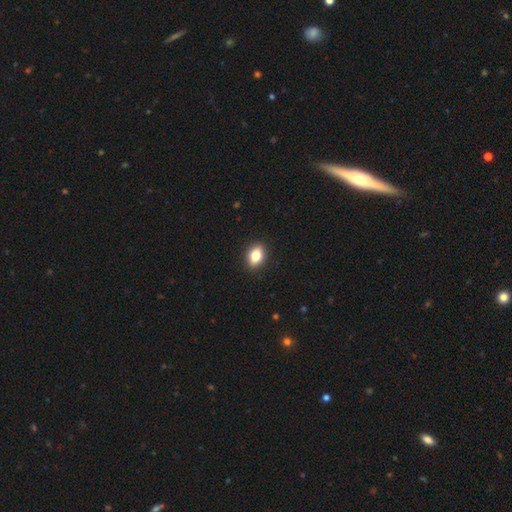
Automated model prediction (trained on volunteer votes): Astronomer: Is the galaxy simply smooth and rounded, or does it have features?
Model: smooth — 79%.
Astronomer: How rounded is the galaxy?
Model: in between — 77%.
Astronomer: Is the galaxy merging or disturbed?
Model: none — 89%.